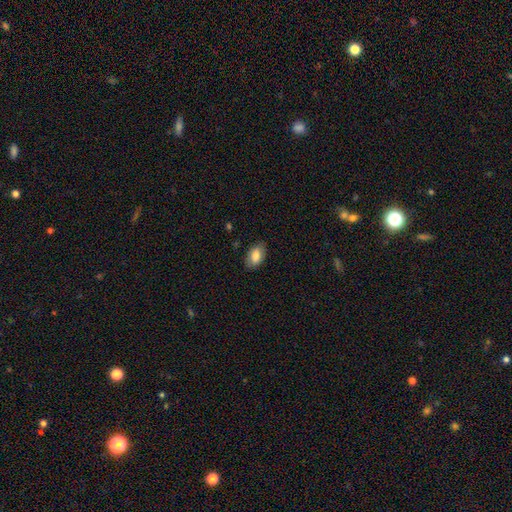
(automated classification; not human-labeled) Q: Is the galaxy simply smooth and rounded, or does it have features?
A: smooth — 81%.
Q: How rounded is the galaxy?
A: in between — 92%.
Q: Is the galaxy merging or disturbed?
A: none — 83%.